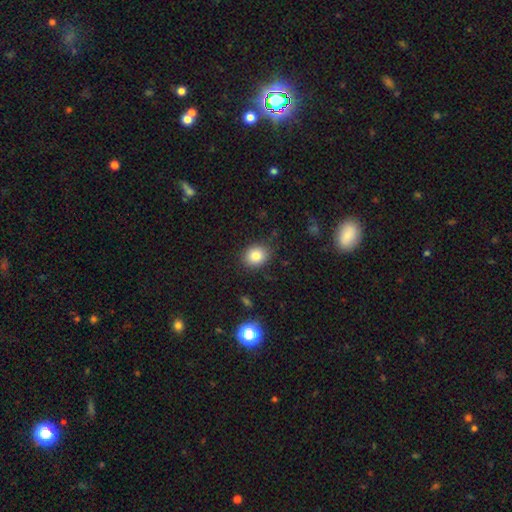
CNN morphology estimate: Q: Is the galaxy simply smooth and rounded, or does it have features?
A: smooth — 82%.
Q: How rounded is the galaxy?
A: round — 60%.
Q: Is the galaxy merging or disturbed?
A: none — 85%.